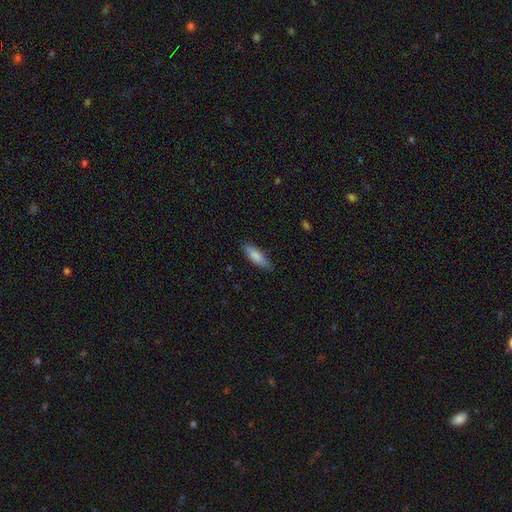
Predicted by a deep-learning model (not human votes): Overall: smooth (84%). How rounded: in between (52%; cigar-shaped 47%). Merging: none (80%).